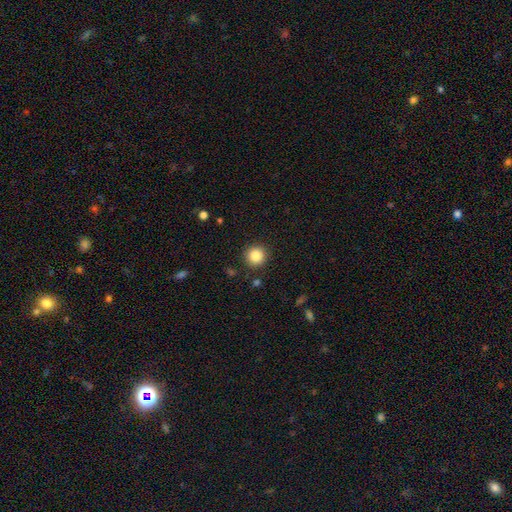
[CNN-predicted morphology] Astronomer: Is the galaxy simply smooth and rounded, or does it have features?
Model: smooth — 86%.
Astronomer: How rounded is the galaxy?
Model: round — 94%.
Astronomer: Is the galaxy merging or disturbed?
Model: none — 90%.